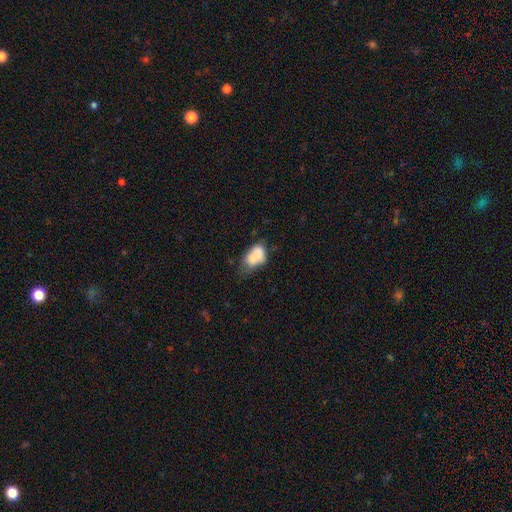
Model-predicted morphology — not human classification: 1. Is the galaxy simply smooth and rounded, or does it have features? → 71% smooth, 20% featured or disk, 9% star or artifact.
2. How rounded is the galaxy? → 81% in between, 17% round, 2% cigar-shaped.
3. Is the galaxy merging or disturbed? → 37% merger, 26% none, 24% minor disturbance, 13% major disturbance.